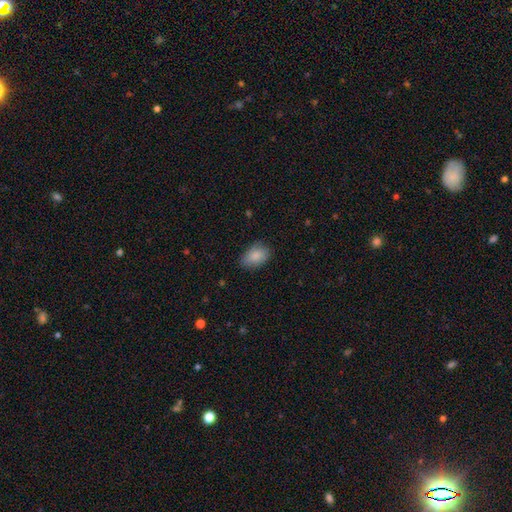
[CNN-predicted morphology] Overall: smooth (86%). How rounded: in between (89%). Merging: none (76%).